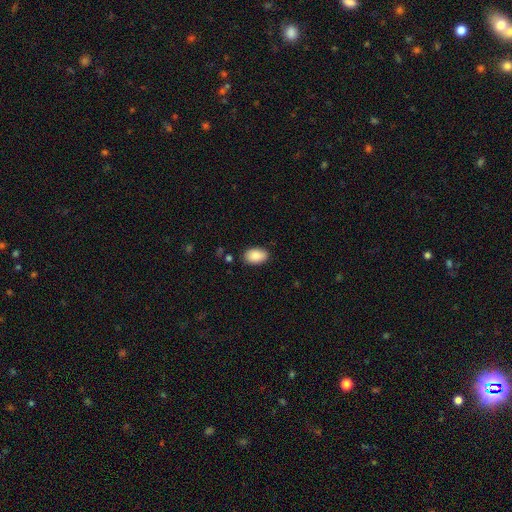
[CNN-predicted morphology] Overall: smooth (89%). How rounded: in between (91%). Merging: none (87%).